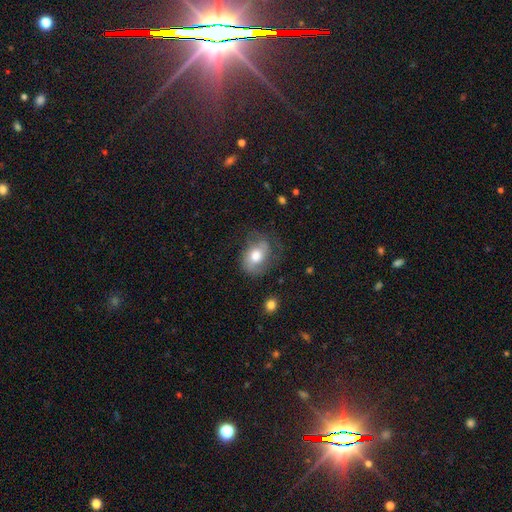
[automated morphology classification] A smooth galaxy with no disk features (58%) that is in between round and cigar-shaped (71%).

Vote fractions:
- Smooth or featured? smooth: 58% / featured or disk: 34% / star or artifact: 8%
- How rounded? in between: 71% / round: 27% / cigar-shaped: 1%
- Merging? none: 53% / minor disturbance: 27% / major disturbance: 18% / merger: 2%